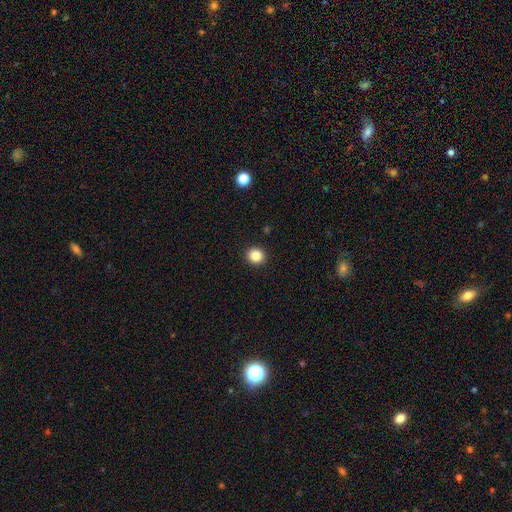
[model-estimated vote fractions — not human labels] smooth_or_featured: smooth (p=0.85) [alt: star or artifact p=0.11]
how_rounded: round (p=0.89) [alt: in between p=0.10]
merging: none (p=0.93) [alt: minor disturbance p=0.04]